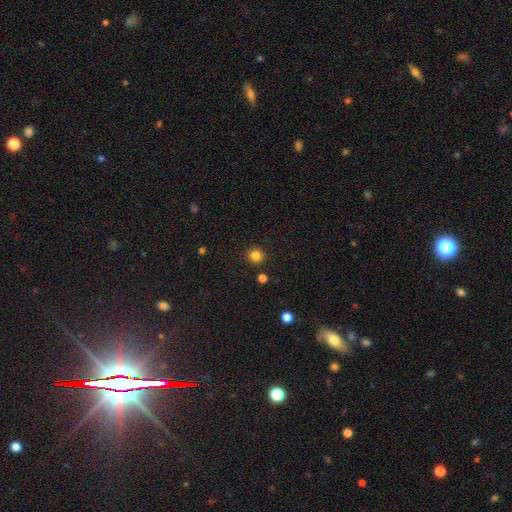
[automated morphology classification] A smooth galaxy with no disk features (82%) that is round (93%). Merging: none (91%).